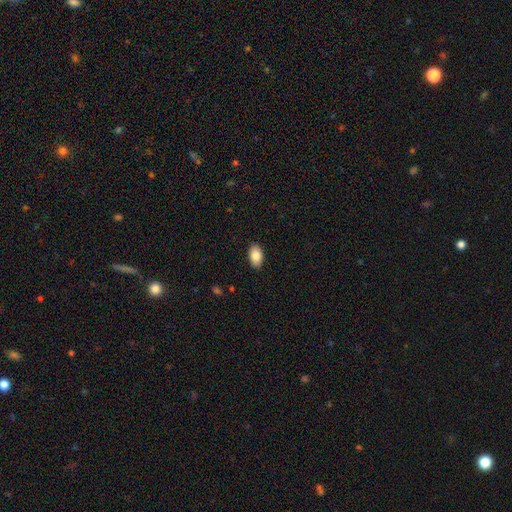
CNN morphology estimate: Q: Smooth or featured?
A: smooth (84%); runner-up: featured or disk (9%)
Q: How rounded?
A: in between (94%); runner-up: round (5%)
Q: Merging?
A: none (90%); runner-up: minor disturbance (8%)